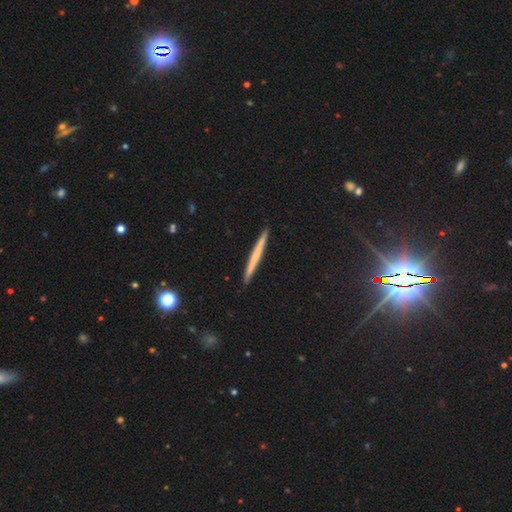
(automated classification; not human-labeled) Overall: smooth (52%; featured or disk 40%). How rounded: cigar-shaped (97%). Merging: none (93%).